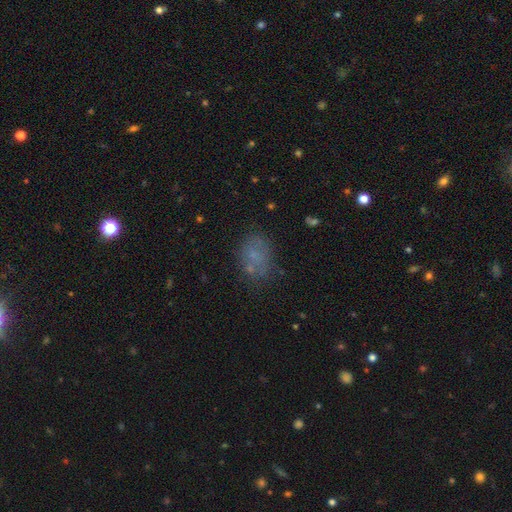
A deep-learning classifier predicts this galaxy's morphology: A smooth galaxy with no disk features (58%) that is in between round and cigar-shaped (69%).

Vote fractions:
- Smooth or featured? smooth: 58% / featured or disk: 22% / star or artifact: 20%
- How rounded? in between: 69% / round: 29% / cigar-shaped: 2%
- Merging? none: 61% / minor disturbance: 18% / merger: 11% / major disturbance: 10%